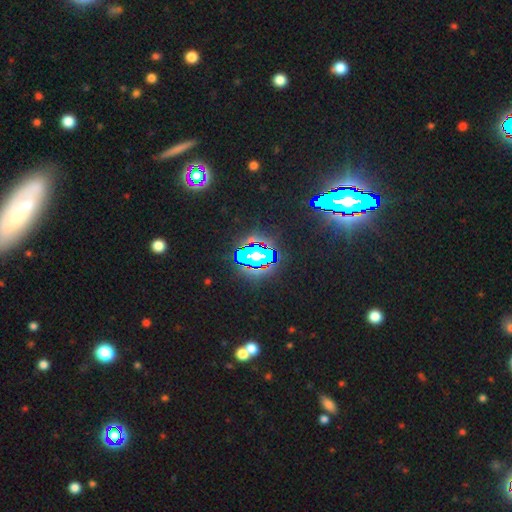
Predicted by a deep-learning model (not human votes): Smooth or featured: star or artifact — 63% (smooth — 21%)